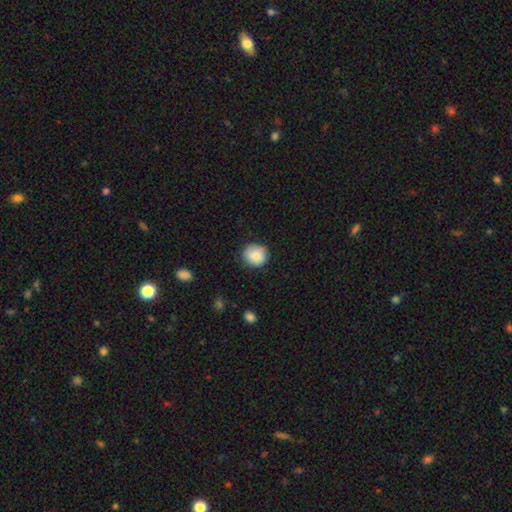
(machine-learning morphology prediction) A smooth galaxy with no disk features (83%) that is round (86%).

Vote fractions:
- Smooth or featured? smooth: 83% / featured or disk: 9% / star or artifact: 8%
- How rounded? round: 86% / in between: 13% / cigar-shaped: 1%
- Merging? none: 81% / minor disturbance: 15% / major disturbance: 3% / merger: 1%